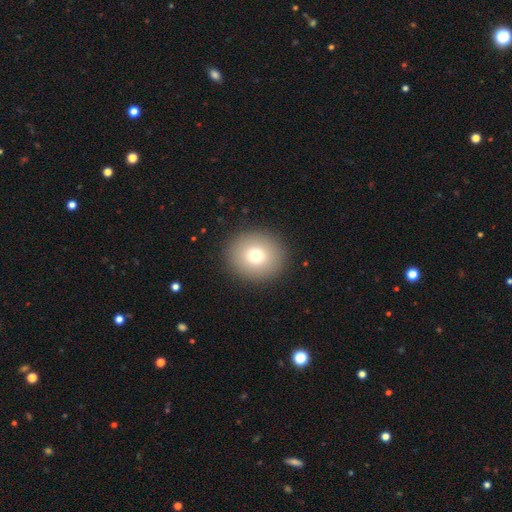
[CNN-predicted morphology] smooth-or-featured: smooth: 75% | featured or disk: 13% | star or artifact: 12%
  how-rounded: round: 86% | in between: 13% | cigar-shaped: 1%
  merging: none: 91% | minor disturbance: 6% | major disturbance: 2% | merger: 1%